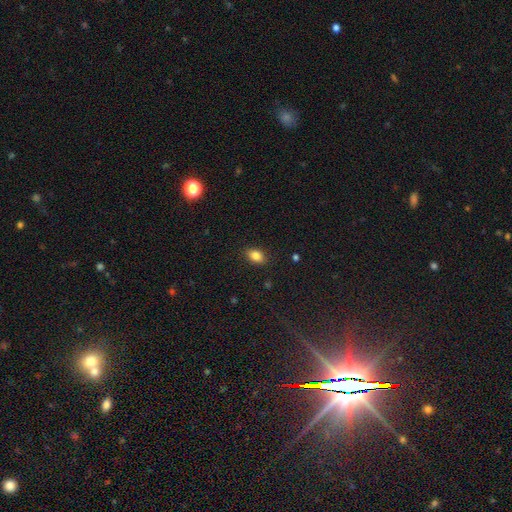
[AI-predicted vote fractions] Smooth or featured: smooth — 85% (star or artifact — 10%)
How rounded: in between — 79% (round — 20%)
Merging: none — 87% (minor disturbance — 10%)